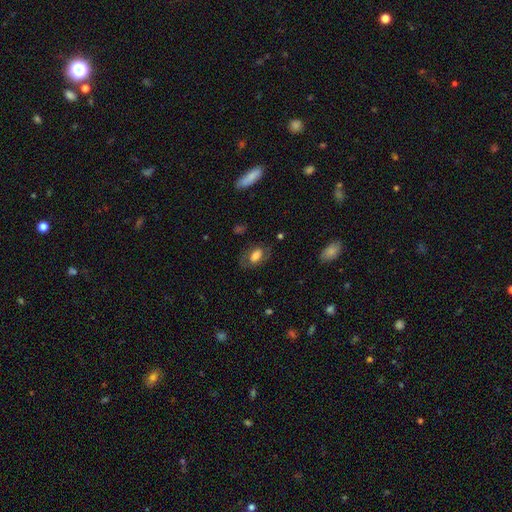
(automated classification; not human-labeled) smooth-or-featured: smooth: 62% | featured or disk: 29% | star or artifact: 9%
  how-rounded: in between: 88% | round: 10% | cigar-shaped: 2%
  merging: none: 68% | minor disturbance: 18% | major disturbance: 12% | merger: 2%